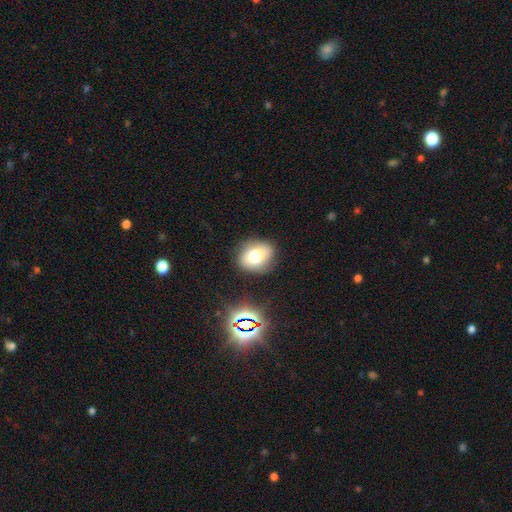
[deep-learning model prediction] smooth 70%, featured or disk 16%, star or artifact 14%. Down the decision tree: how rounded — round (59%); merging — none (81%).